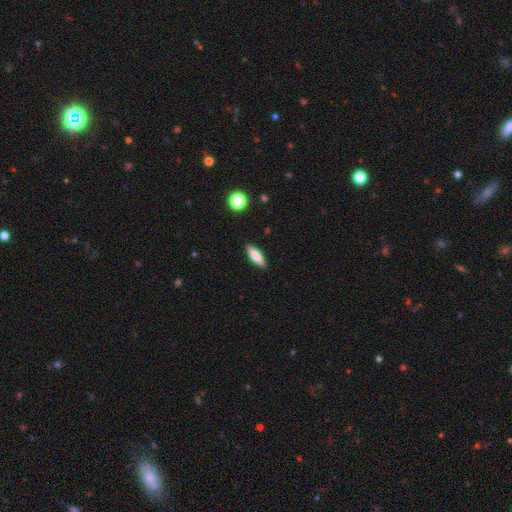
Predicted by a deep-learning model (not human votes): Smooth or featured: smooth — 73% (featured or disk — 21%)
How rounded: in between — 53% (cigar-shaped — 44%)
Merging: none — 89% (minor disturbance — 8%)